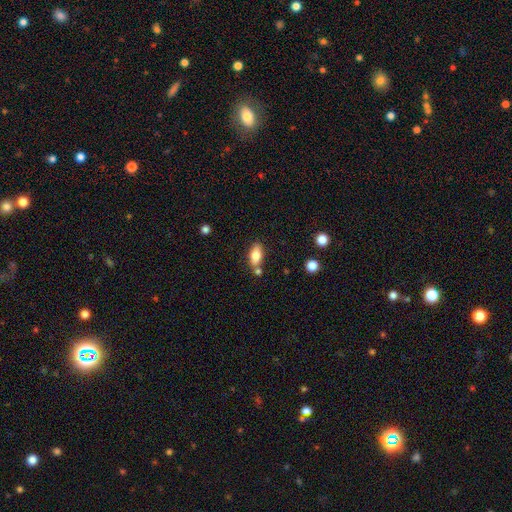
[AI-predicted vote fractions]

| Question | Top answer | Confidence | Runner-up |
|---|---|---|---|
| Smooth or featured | smooth | 78% | featured or disk (14%) |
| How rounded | in between | 86% | cigar-shaped (10%) |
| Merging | none | 68% | merger (15%) |